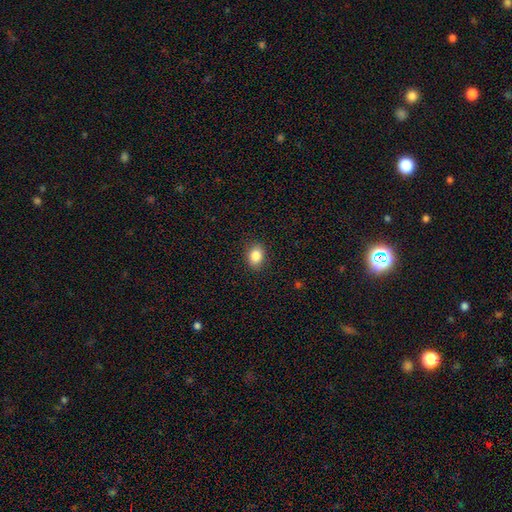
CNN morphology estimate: Smooth or featured?
  - smooth: 85% *
  - star or artifact: 10%
  - featured or disk: 5%
How rounded?
  - in between: 59% *
  - round: 40%
  - cigar-shaped: 1%
Merging?
  - none: 89% *
  - minor disturbance: 8%
  - major disturbance: 2%
  - merger: 1%